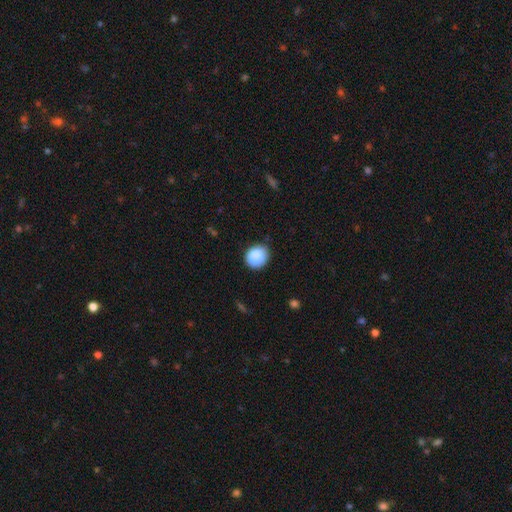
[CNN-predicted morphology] Smooth or featured: smooth — 83% (featured or disk — 9%)
How rounded: round — 68% (in between — 31%)
Merging: none — 77% (minor disturbance — 19%)